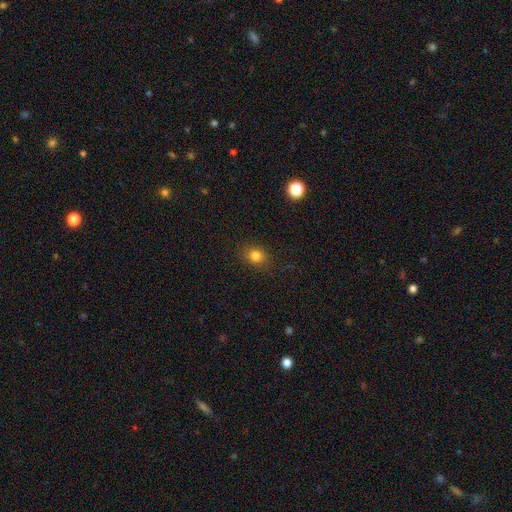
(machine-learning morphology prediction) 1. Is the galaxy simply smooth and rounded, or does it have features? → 81% smooth, 13% star or artifact, 6% featured or disk.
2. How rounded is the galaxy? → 69% round, 30% in between, 1% cigar-shaped.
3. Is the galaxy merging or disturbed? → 87% none, 9% minor disturbance, 3% major disturbance, 1% merger.